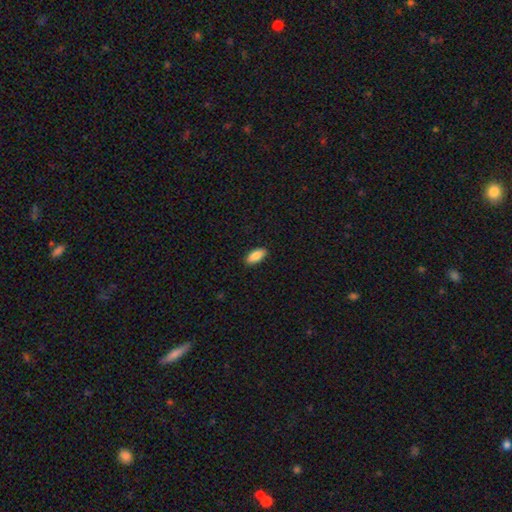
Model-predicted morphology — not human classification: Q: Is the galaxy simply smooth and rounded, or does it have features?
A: smooth — 88%.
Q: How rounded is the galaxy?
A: in between — 86%.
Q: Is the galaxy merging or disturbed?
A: none — 90%.